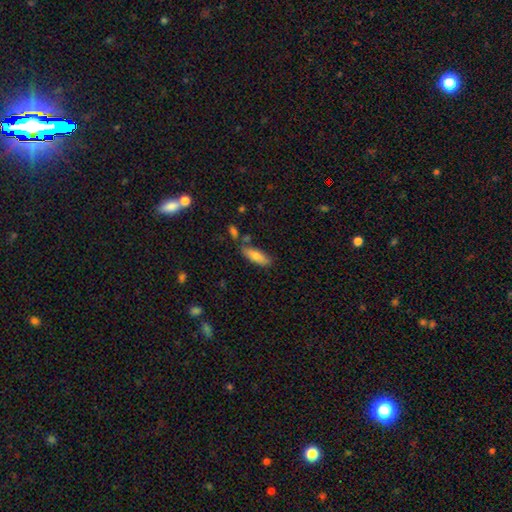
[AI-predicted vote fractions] Overall: smooth (80%). How rounded: in between (60%; cigar-shaped 38%). Merging: none (73%).